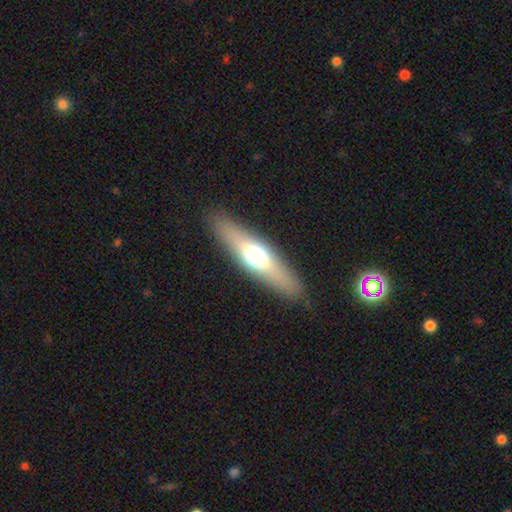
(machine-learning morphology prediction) type=smooth (51%); roundness=cigar-shaped (58%); merging=none (89%).